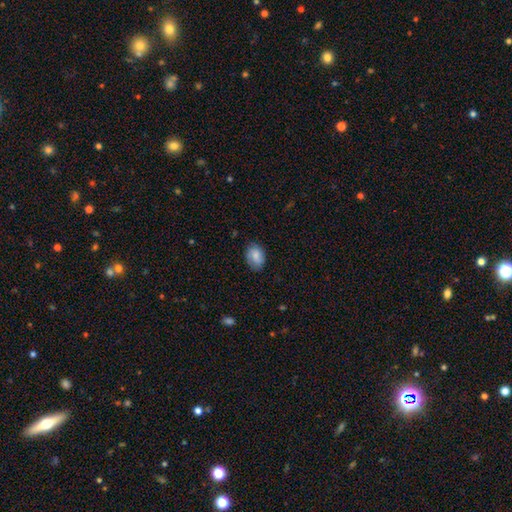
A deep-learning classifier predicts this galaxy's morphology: A smooth galaxy with no disk features (77%) that is in between round and cigar-shaped (76%).

Vote fractions:
- Smooth or featured? smooth: 77% / featured or disk: 16% / star or artifact: 7%
- How rounded? in between: 76% / round: 23% / cigar-shaped: 1%
- Merging? none: 77% / minor disturbance: 18% / major disturbance: 4% / merger: 1%